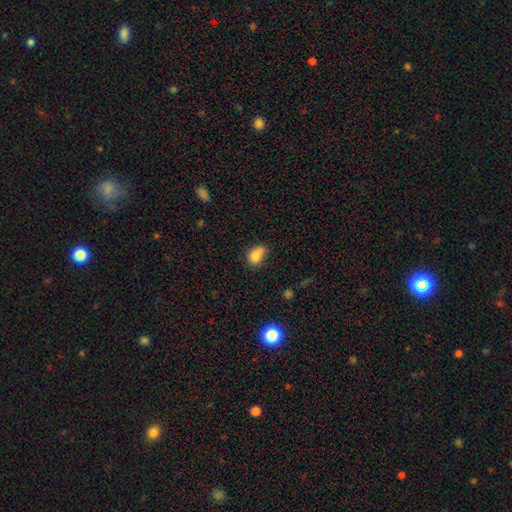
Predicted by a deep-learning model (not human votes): Overall: smooth (81%). How rounded: in between (64%; round 34%). Merging: none (46%; minor disturbance 30%).